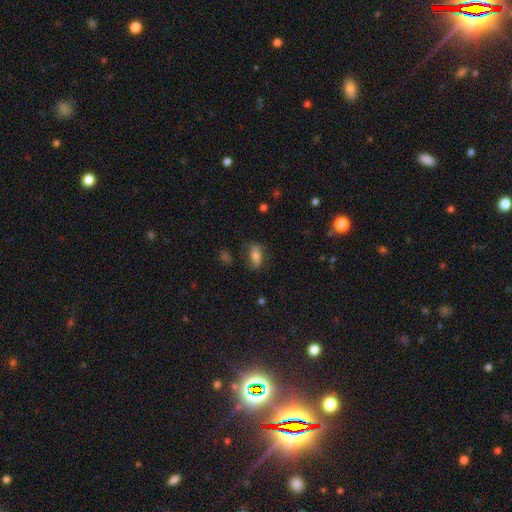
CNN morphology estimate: Overall: smooth (69%). How rounded: in between (86%). Merging: none (66%).